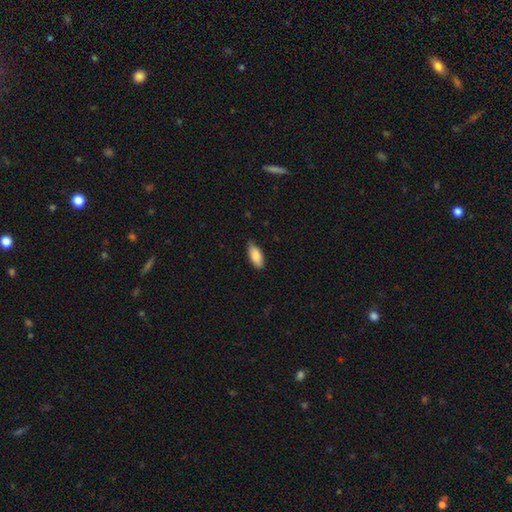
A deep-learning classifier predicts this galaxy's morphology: A smooth galaxy with no disk features (86%) that is in between round and cigar-shaped (87%).

Vote fractions:
- Smooth or featured? smooth: 86% / featured or disk: 8% / star or artifact: 6%
- How rounded? in between: 87% / cigar-shaped: 11% / round: 2%
- Merging? none: 81% / minor disturbance: 16% / major disturbance: 2% / merger: 1%